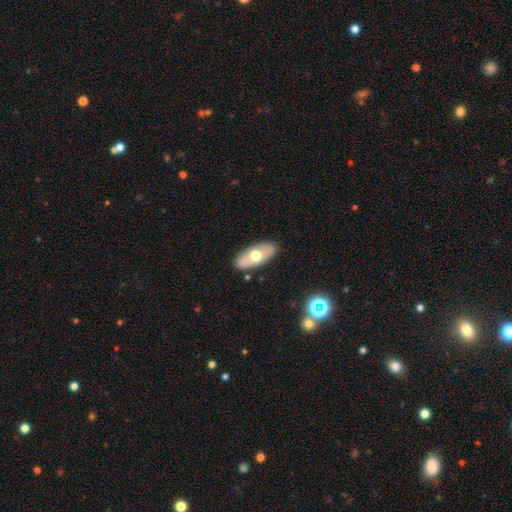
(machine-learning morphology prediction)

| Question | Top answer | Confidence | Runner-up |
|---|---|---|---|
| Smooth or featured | smooth | 57% | featured or disk (37%) |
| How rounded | in between | 87% | cigar-shaped (10%) |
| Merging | none | 86% | minor disturbance (10%) |